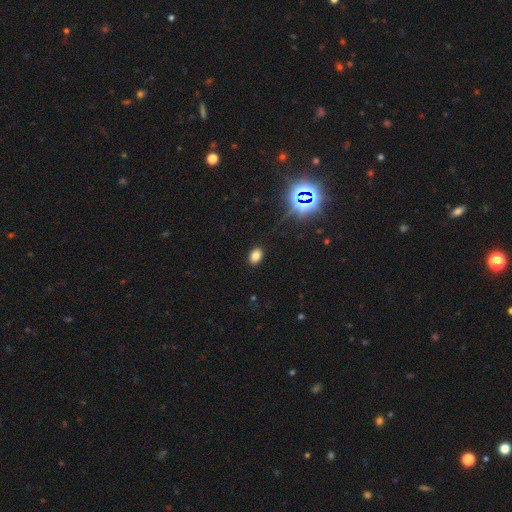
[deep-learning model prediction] A smooth galaxy with no disk features (78%) that is in between round and cigar-shaped (77%).

Vote fractions:
- Smooth or featured? smooth: 78% / star or artifact: 16% / featured or disk: 6%
- How rounded? in between: 77% / round: 22% / cigar-shaped: 1%
- Merging? none: 89% / minor disturbance: 8% / major disturbance: 2% / merger: 1%